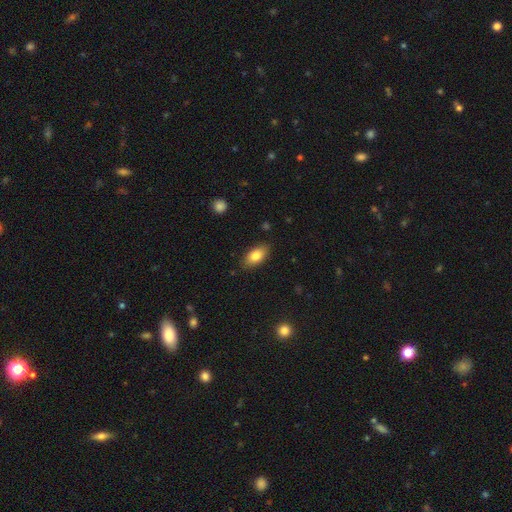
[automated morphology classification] A smooth galaxy with no disk features (81%) that is in between round and cigar-shaped (90%).

Vote fractions:
- Smooth or featured? smooth: 81% / featured or disk: 12% / star or artifact: 7%
- How rounded? in between: 90% / cigar-shaped: 5% / round: 5%
- Merging? none: 85% / minor disturbance: 11% / major disturbance: 2% / merger: 1%